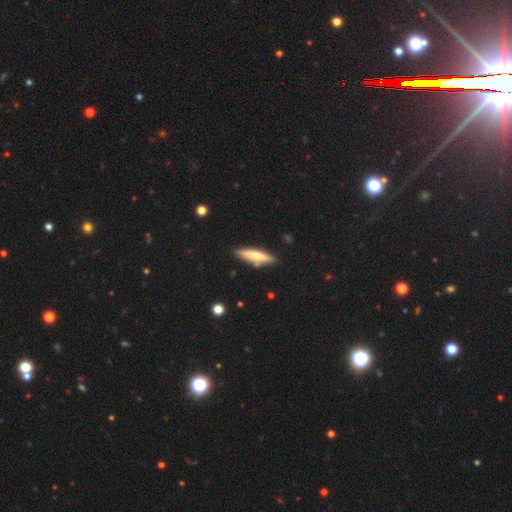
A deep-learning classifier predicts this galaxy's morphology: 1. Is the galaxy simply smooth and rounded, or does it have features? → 55% smooth, 39% featured or disk, 6% star or artifact.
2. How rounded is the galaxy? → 81% cigar-shaped, 17% in between, 2% round.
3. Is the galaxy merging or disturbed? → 84% none, 11% minor disturbance, 3% merger, 2% major disturbance.